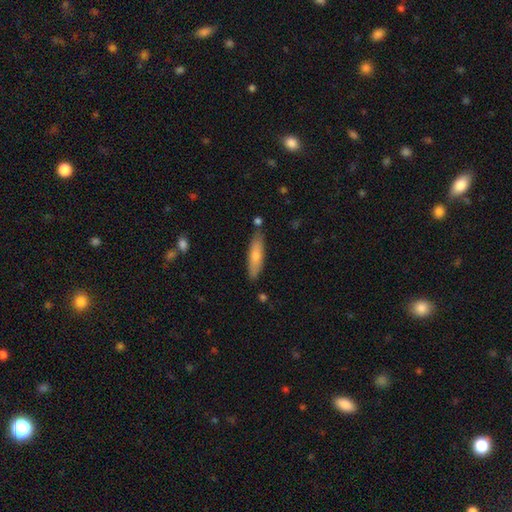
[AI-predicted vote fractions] smooth-or-featured: smooth: 73% | featured or disk: 22% | star or artifact: 5%
  how-rounded: cigar-shaped: 66% | in between: 33% | round: 2%
  merging: none: 80% | minor disturbance: 14% | merger: 4% | major disturbance: 2%